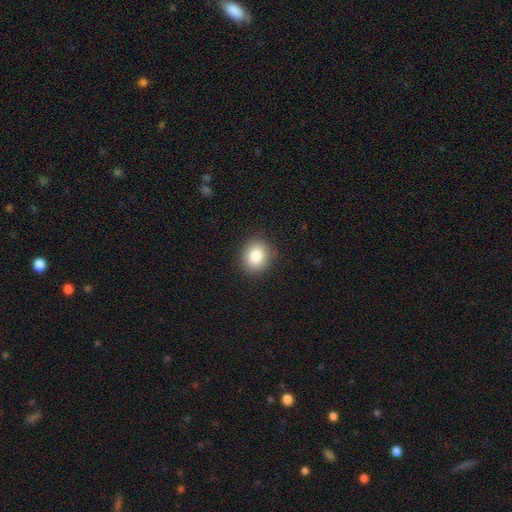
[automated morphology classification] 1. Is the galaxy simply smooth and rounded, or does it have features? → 84% smooth, 9% star or artifact, 7% featured or disk.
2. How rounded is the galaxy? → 62% round, 37% in between, 1% cigar-shaped.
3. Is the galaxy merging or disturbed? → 88% none, 8% minor disturbance, 2% major disturbance, 1% merger.